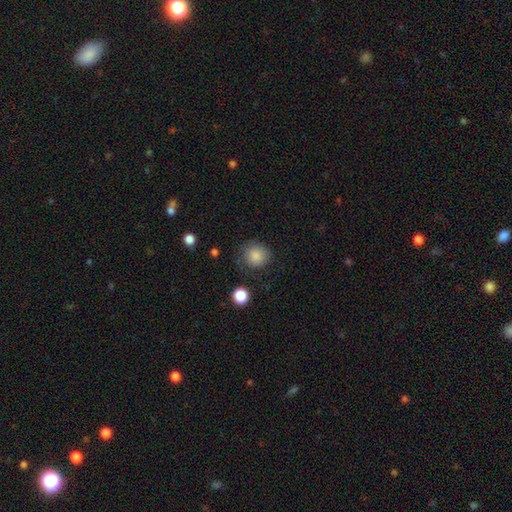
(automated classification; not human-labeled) Smooth or featured? Predicted: smooth (p=0.86). How rounded? Predicted: round (p=0.89). Merging? Predicted: none (p=0.75).